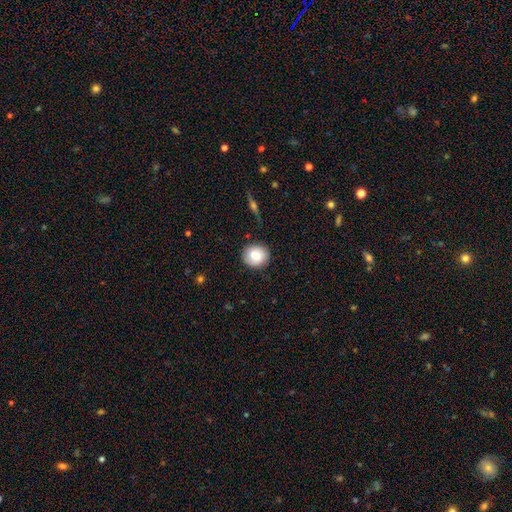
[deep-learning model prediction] smooth-or-featured: smooth: 81% | featured or disk: 11% | star or artifact: 8%
  how-rounded: round: 87% | in between: 12% | cigar-shaped: 1%
  merging: none: 85% | minor disturbance: 11% | major disturbance: 3% | merger: 2%